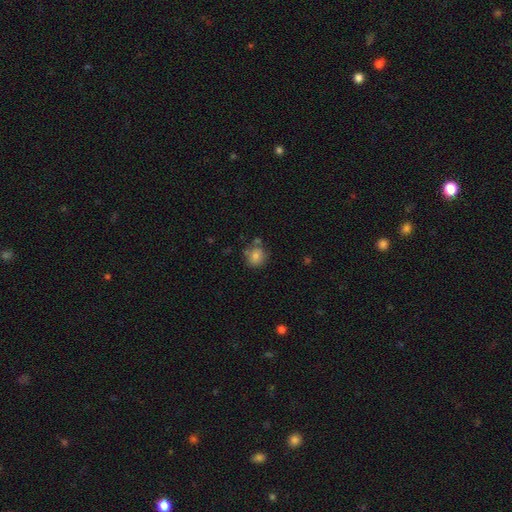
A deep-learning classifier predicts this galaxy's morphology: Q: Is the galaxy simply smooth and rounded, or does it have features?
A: smooth — 81%.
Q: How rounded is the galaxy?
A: round — 83%.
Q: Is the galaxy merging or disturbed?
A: none — 66%.